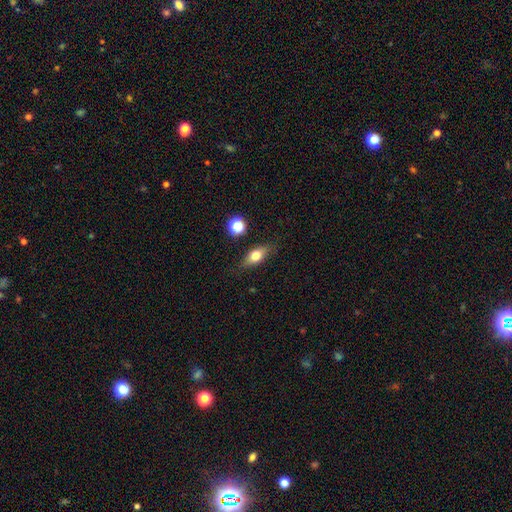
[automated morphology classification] A smooth galaxy with no disk features (68%) that is in between round and cigar-shaped (74%). Merging: none (80%).